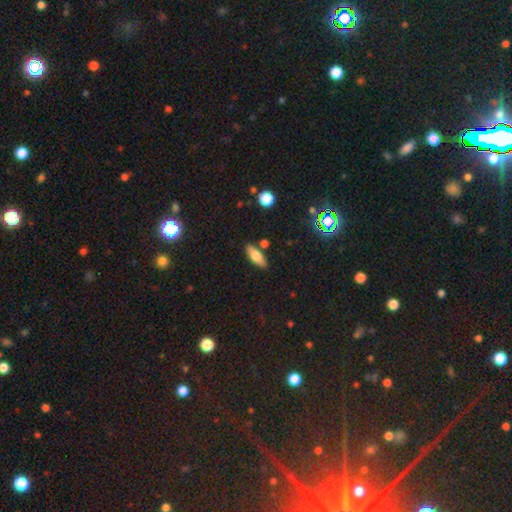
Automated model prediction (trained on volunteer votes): smooth_or_featured: smooth (p=0.69) [alt: featured or disk p=0.22]
how_rounded: in between (p=0.68) [alt: cigar-shaped p=0.29]
merging: none (p=0.81) [alt: minor disturbance p=0.11]